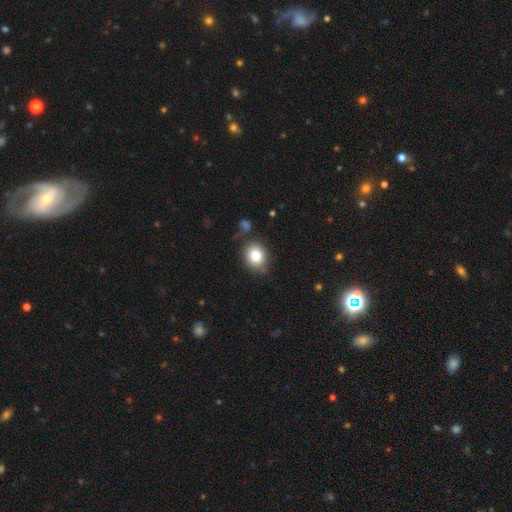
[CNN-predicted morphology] Smooth or featured? smooth (80%)
How rounded? round (70%)
Merging? none (76%)